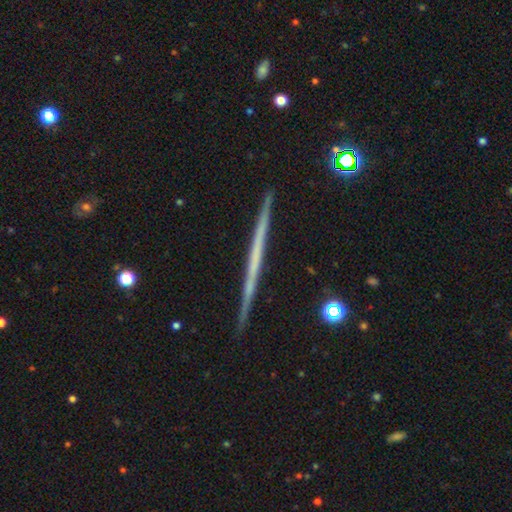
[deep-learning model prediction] A featured or disk galaxy (65%) viewed edge-on (98%) with no central bulge (93%).

Vote fractions:
- Smooth or featured? featured or disk: 65% / smooth: 29% / star or artifact: 6%
- Edge-on disk? yes: 98% / no: 2%
- Edge-on bulge? none: 93% / rounded: 4% / boxy: 2%
- Merging? none: 92% / minor disturbance: 6% / merger: 1% / major disturbance: 1%